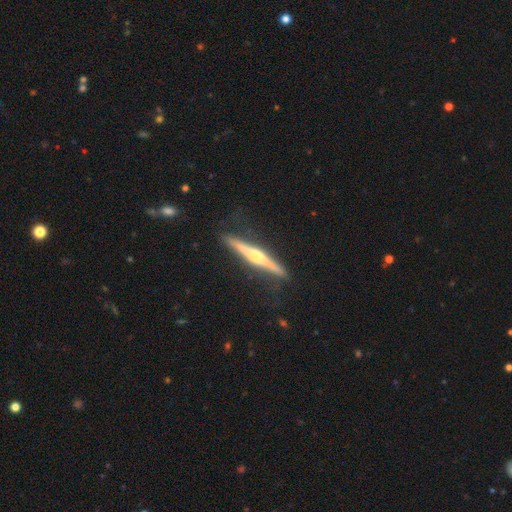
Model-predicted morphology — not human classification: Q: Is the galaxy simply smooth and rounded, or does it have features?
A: featured or disk — 80%.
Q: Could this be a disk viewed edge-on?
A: yes — 98%.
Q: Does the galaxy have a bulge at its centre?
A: rounded — 86%.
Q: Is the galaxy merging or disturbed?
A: none — 85%.